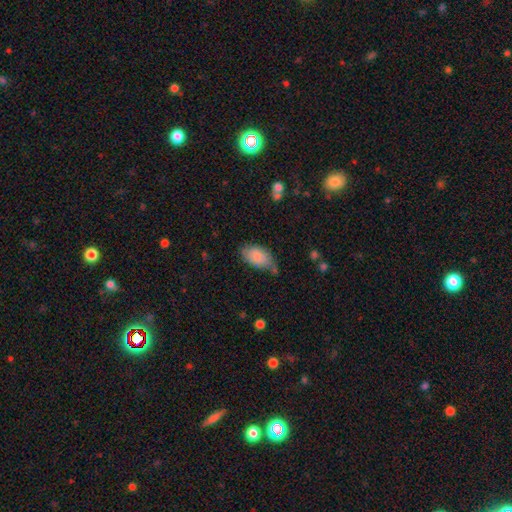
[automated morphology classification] type=smooth (82%); roundness=in between (93%); merging=none (53%).